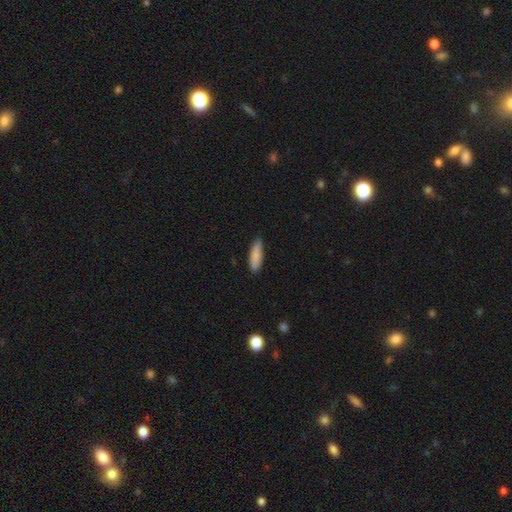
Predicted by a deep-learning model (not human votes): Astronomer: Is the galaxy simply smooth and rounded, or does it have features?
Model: smooth — 86%.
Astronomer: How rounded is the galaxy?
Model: cigar-shaped — 55% (runner-up: in between, 43%).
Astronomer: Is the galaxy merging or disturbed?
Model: none — 82%.